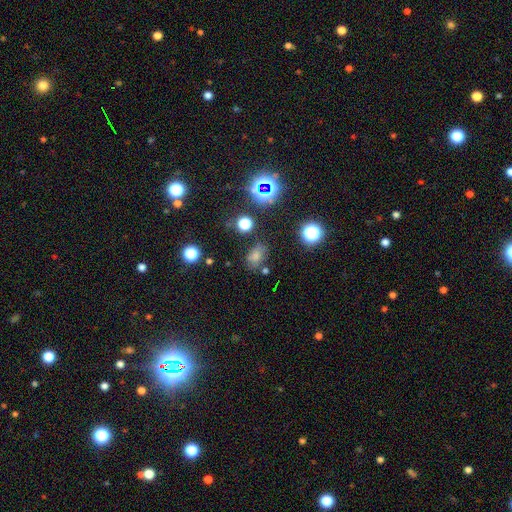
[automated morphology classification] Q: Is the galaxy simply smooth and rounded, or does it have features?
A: smooth — 61%.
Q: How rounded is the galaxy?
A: in between — 72%.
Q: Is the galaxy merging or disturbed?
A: none — 68%.